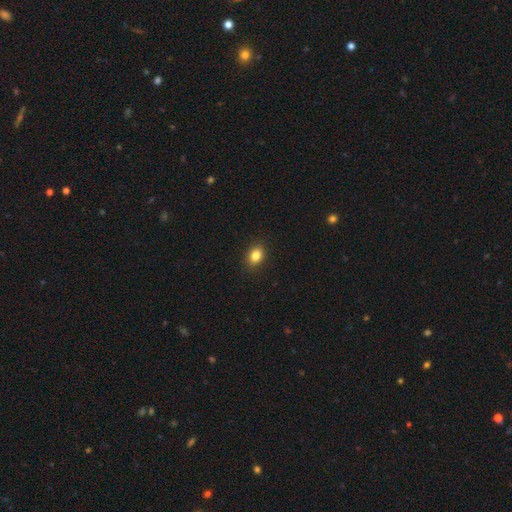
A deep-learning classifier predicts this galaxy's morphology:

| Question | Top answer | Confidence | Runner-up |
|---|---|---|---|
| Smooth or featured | smooth | 84% | star or artifact (10%) |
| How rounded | in between | 68% | round (31%) |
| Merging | none | 89% | minor disturbance (8%) |